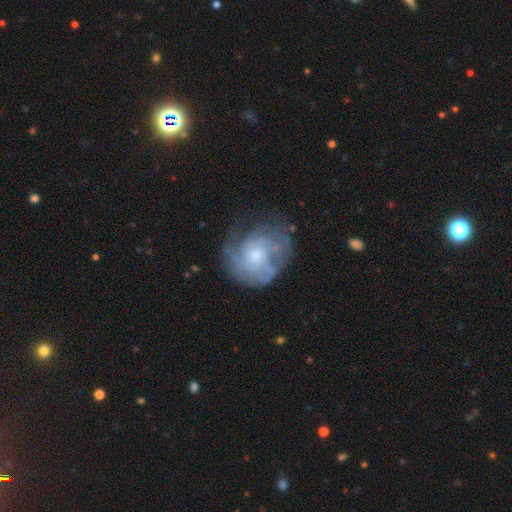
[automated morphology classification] A featured or disk galaxy (67%) with no bar (77%), tight (49%) spiral arms (78%) and a small central bulge (46%).

Vote fractions:
- Smooth or featured? featured or disk: 67% / smooth: 25% / star or artifact: 8%
- Edge-on disk? no: 97% / yes: 3%
- Bar? no: 77% / weak: 21% / strong: 3%
- Spiral arms? yes: 78% / no: 22%
- Spiral winding? tight: 49% / medium: 34% / loose: 17%
- Spiral arm count? can't tell: 52% / 3: 14% / 2: 14% / 4: 8% / 1: 7% / more than 4: 6%
- Bulge size? small: 46% / moderate: 45% / none: 4% / large: 4% / dominant: 1%
- Merging? none: 58% / minor disturbance: 23% / major disturbance: 18% / merger: 2%